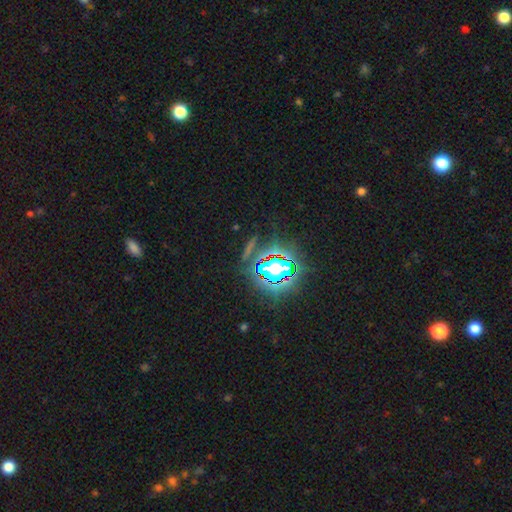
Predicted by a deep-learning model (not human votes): A star or artifact, not a galaxy (83%).